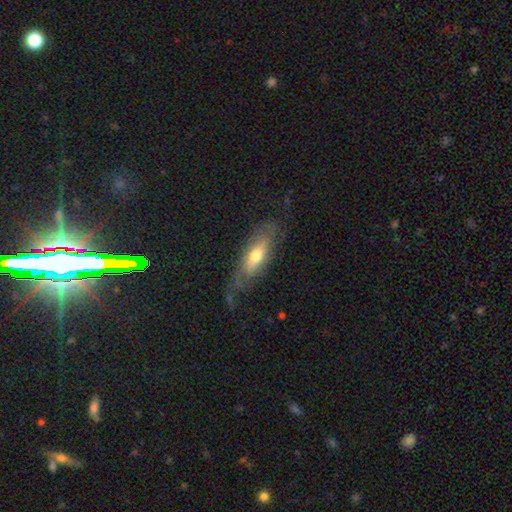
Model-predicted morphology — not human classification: Smooth or featured: featured or disk — 48% (smooth — 46%)
Merging: none — 52% (minor disturbance — 26%)